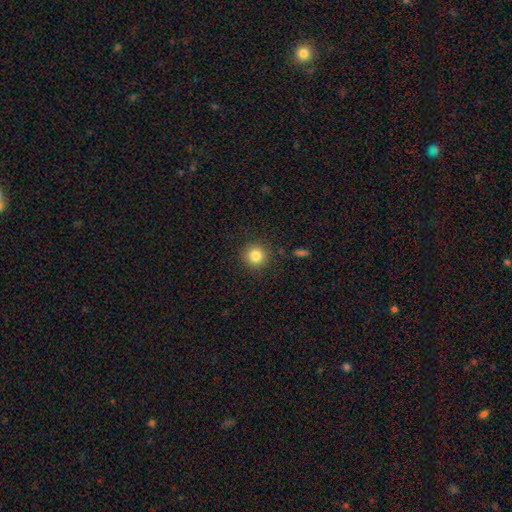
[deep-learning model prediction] A smooth galaxy with no disk features (84%) that is round (94%). Merging: none (88%).